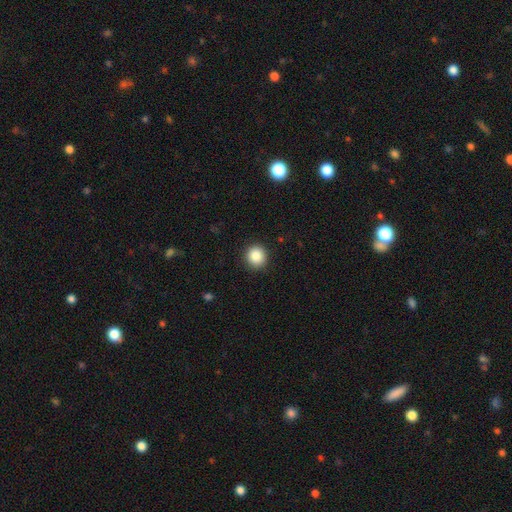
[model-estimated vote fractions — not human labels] Q: Smooth or featured?
A: smooth (86%); runner-up: star or artifact (9%)
Q: How rounded?
A: round (91%); runner-up: in between (8%)
Q: Merging?
A: none (91%); runner-up: minor disturbance (6%)